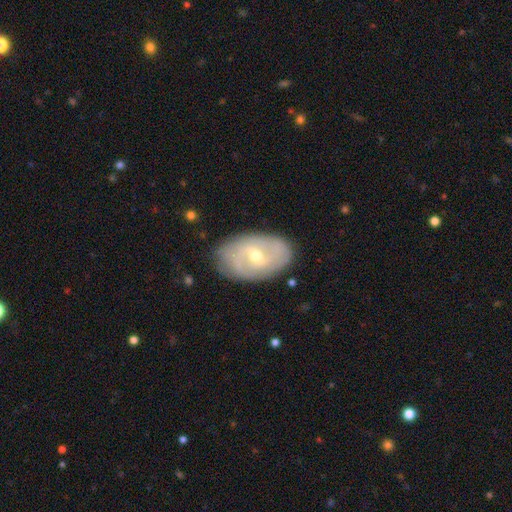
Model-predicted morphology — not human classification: smooth-or-featured: featured or disk: 74% | smooth: 20% | star or artifact: 6%
  disk-edge-on: no: 95% | yes: 5%
    bar: weak: 53% | no: 33% | strong: 14%
    has-spiral-arms: yes: 83% | no: 17%
      spiral-winding: tight: 47% | medium: 36% | loose: 18%
      spiral-arm-count: 2: 52% | can't tell: 31% | 3: 8% | 4: 3% | 1: 3% | more than 4: 3%
    bulge-size: small: 49% | moderate: 48% | large: 1% | none: 1% | dominant: 1%
  merging: none: 79% | minor disturbance: 15% | major disturbance: 4% | merger: 1%